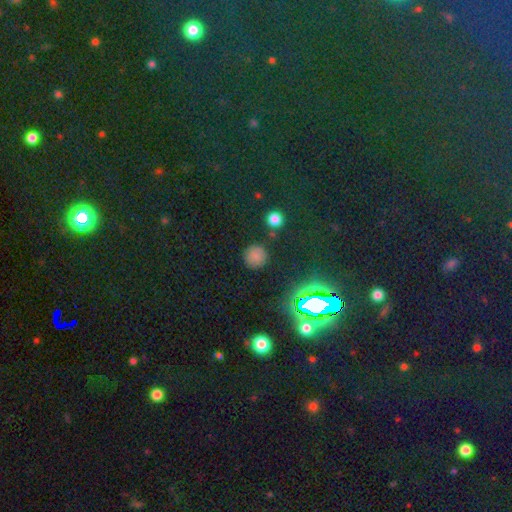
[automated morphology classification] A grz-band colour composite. It shows a smooth galaxy with no disk features (72%) that is round (94%). Merging: none (86%).